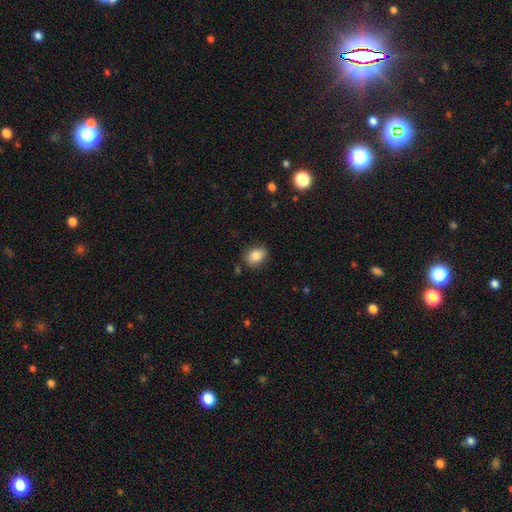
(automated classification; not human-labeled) A smooth galaxy with no disk features (84%) that is in between round and cigar-shaped (66%). Merging: none (82%).